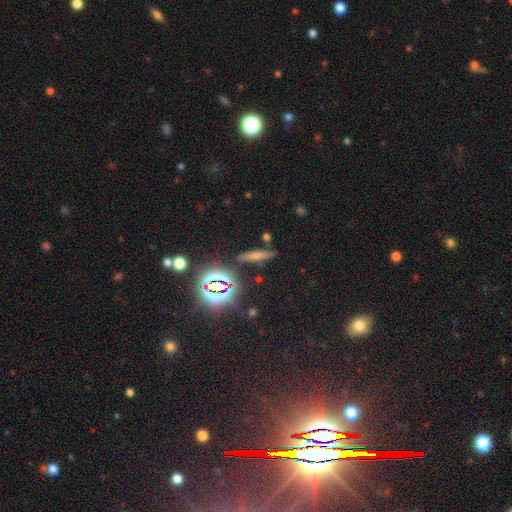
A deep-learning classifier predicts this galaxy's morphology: Overall: smooth (57%; star or artifact 24%). How rounded: cigar-shaped (80%). Merging: none (80%).